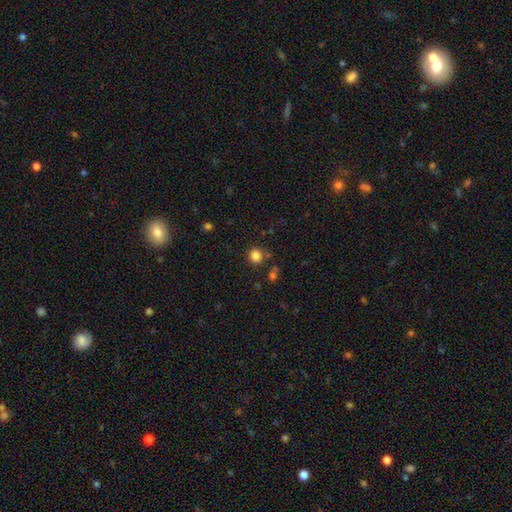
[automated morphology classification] Smooth or featured?
  - smooth: 83% *
  - star or artifact: 12%
  - featured or disk: 4%
How rounded?
  - round: 85% *
  - in between: 14%
  - cigar-shaped: 1%
Merging?
  - none: 82% *
  - minor disturbance: 9%
  - merger: 5%
  - major disturbance: 3%